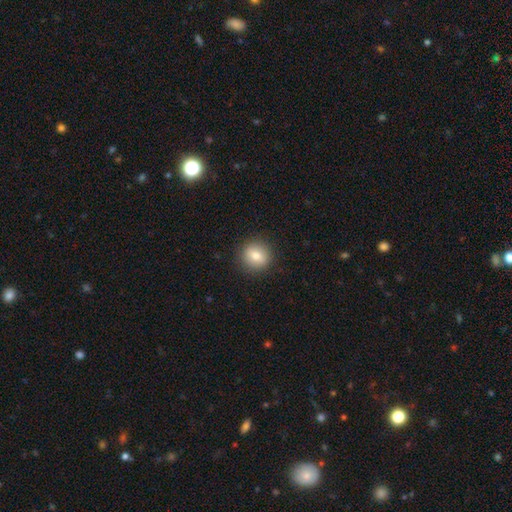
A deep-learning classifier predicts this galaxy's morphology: This is likely a smooth galaxy (78%). How rounded: clearly round (88%). Merging: clearly none (90%).